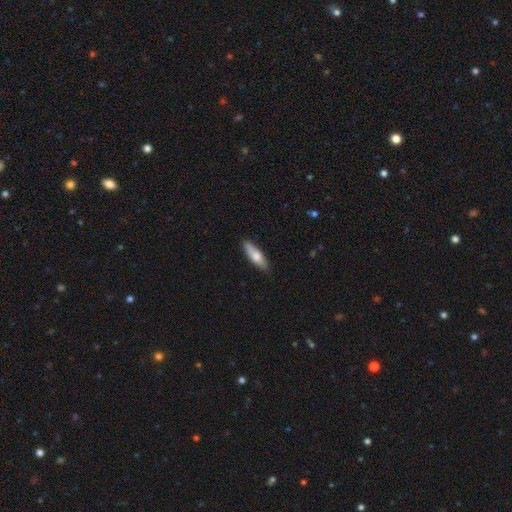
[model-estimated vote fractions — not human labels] Smooth or featured?
  - smooth: 67% *
  - featured or disk: 27%
  - star or artifact: 6%
How rounded?
  - cigar-shaped: 59% *
  - in between: 39%
  - round: 2%
Merging?
  - none: 83% *
  - minor disturbance: 13%
  - major disturbance: 2%
  - merger: 1%